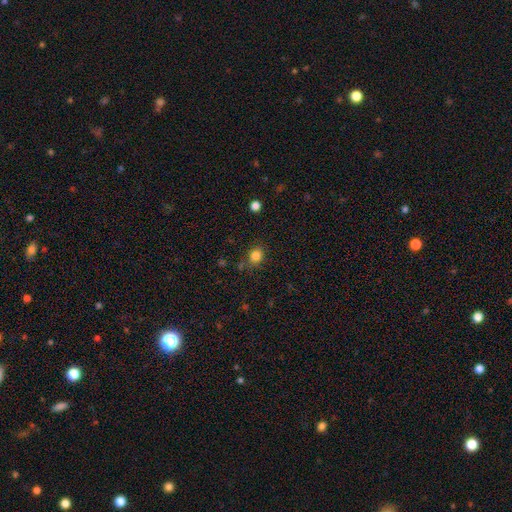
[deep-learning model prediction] smooth_or_featured: smooth (p=0.83) [alt: star or artifact p=0.12]
how_rounded: round (p=0.75) [alt: in between p=0.24]
merging: none (p=0.78) [alt: minor disturbance p=0.14]